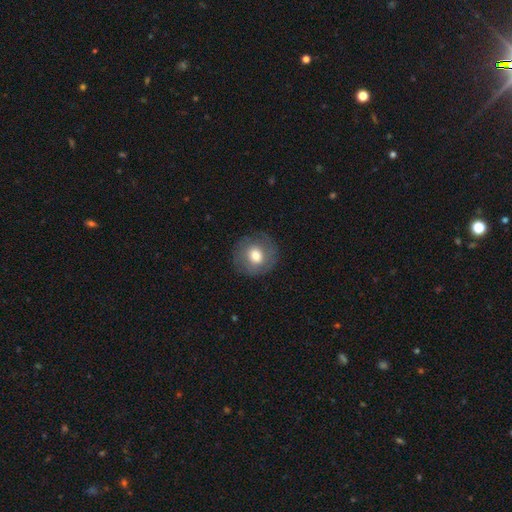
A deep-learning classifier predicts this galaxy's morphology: Smooth or featured? Predicted: smooth (p=0.66). How rounded? Predicted: round (p=0.90). Merging? Predicted: none (p=0.82).